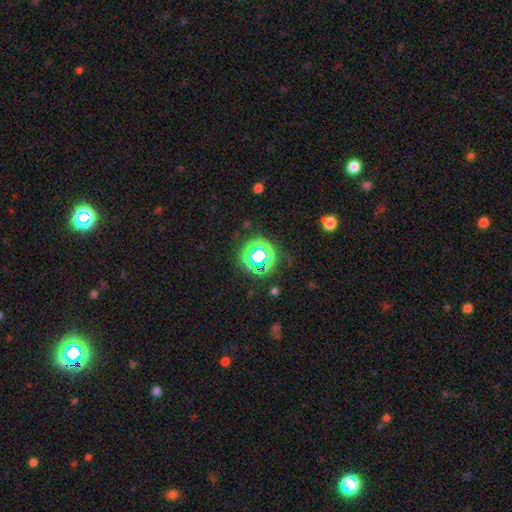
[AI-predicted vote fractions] A star or artifact, not a galaxy (68%).

Vote fractions:
- Smooth or featured? star or artifact: 68% / smooth: 22% / featured or disk: 9%